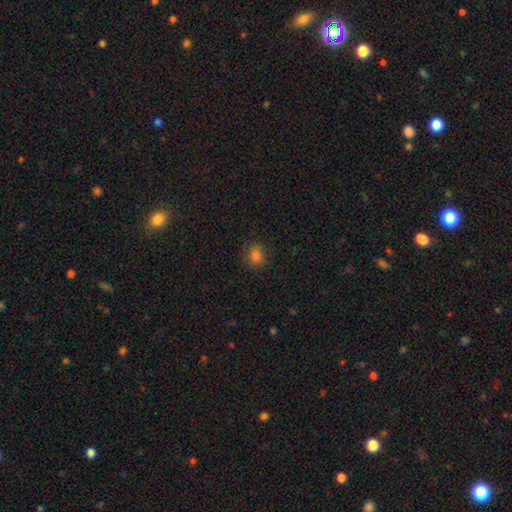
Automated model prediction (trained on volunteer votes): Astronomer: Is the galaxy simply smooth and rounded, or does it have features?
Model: smooth — 80%.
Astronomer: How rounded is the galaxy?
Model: round — 68%.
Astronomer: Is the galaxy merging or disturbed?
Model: none — 81%.